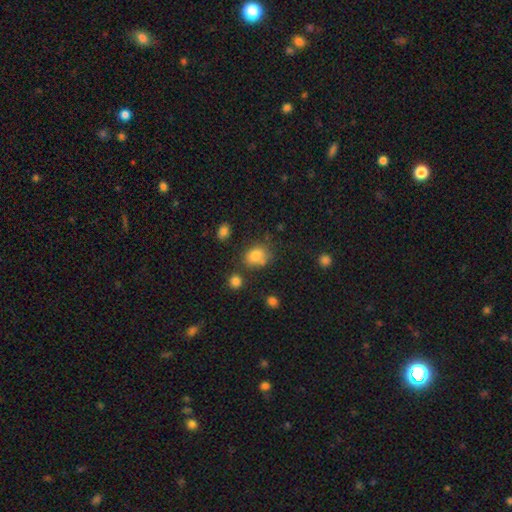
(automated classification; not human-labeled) A smooth galaxy with no disk features (80%) that is in between round and cigar-shaped (58%). Merging: none (58%).